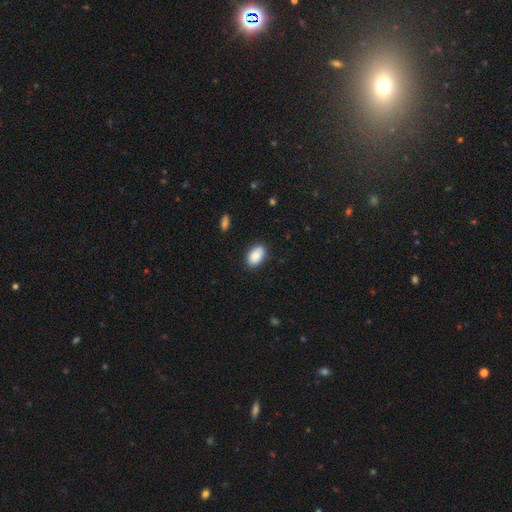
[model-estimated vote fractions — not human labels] Smooth or featured?
  - smooth: 89% *
  - star or artifact: 7%
  - featured or disk: 4%
How rounded?
  - in between: 92% *
  - round: 7%
  - cigar-shaped: 1%
Merging?
  - none: 87% *
  - minor disturbance: 9%
  - major disturbance: 2%
  - merger: 1%